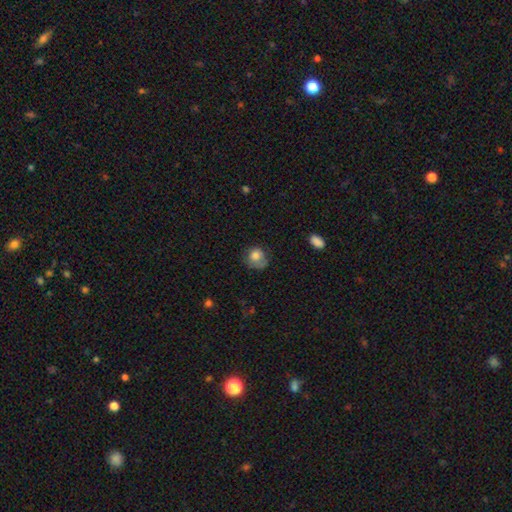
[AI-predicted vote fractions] This appears to be a smooth galaxy with no disk features (76%) that is round (76%). Merging: none (49%).